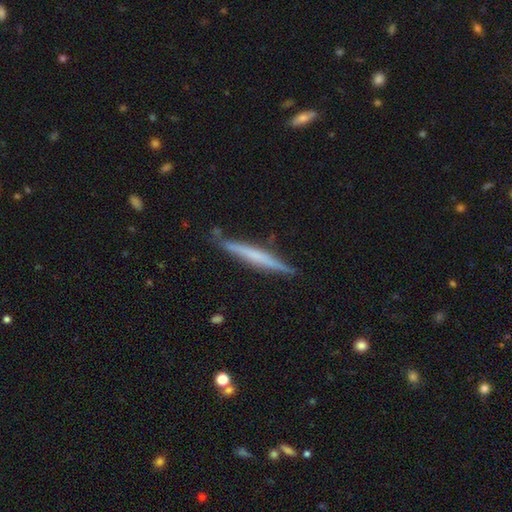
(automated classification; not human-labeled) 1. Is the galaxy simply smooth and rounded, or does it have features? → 51% featured or disk, 43% smooth, 6% star or artifact.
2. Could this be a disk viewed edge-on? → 97% yes, 3% no.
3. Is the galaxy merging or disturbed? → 86% none, 11% minor disturbance, 2% merger, 2% major disturbance.